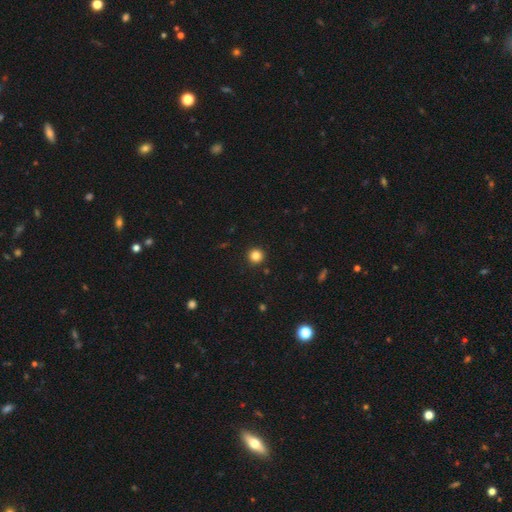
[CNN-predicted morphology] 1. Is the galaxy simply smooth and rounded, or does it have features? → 84% smooth, 12% star or artifact, 5% featured or disk.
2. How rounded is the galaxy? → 96% round, 4% in between, 1% cigar-shaped.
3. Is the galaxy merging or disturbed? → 93% none, 4% minor disturbance, 1% major disturbance, 1% merger.